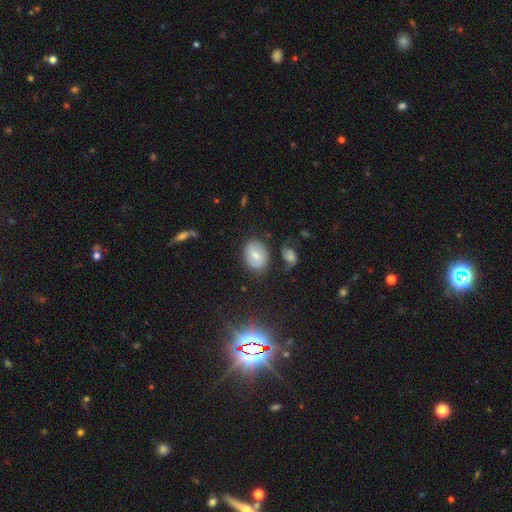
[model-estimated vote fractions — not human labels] Q: Smooth or featured?
A: smooth (59%); runner-up: featured or disk (30%)
Q: How rounded?
A: in between (61%); runner-up: round (38%)
Q: Merging?
A: none (72%); runner-up: minor disturbance (16%)